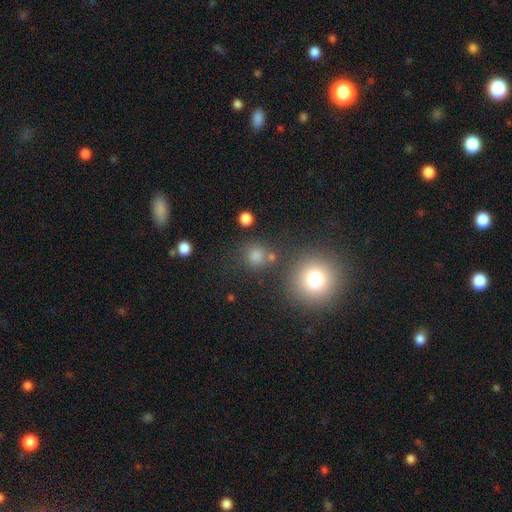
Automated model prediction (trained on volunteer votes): Smooth or featured? Predicted: smooth (p=0.74). How rounded? Predicted: round (p=0.90). Merging? Predicted: none (p=0.75).